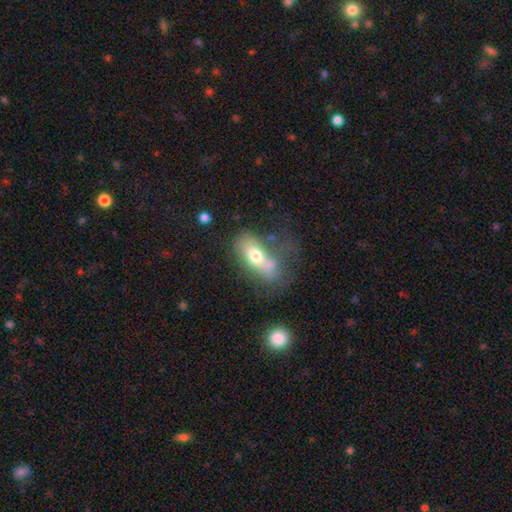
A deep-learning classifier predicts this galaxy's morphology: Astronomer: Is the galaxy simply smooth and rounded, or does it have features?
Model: smooth — 60%.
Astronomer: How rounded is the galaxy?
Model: in between — 83%.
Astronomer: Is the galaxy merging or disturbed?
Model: none — 34% (runner-up: major disturbance, 26%).